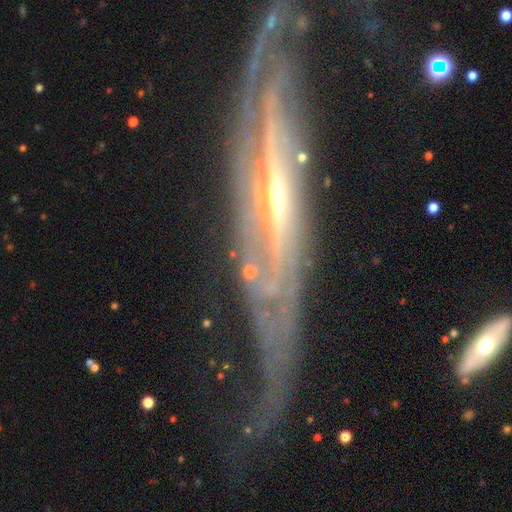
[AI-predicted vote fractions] The model was most divided on "edge-on bulge": rounded: 64%, none: 28%, boxy: 8%. More confident: smooth or featured — featured or disk (81%); edge-on disk — yes (76%); merging — none (62%).